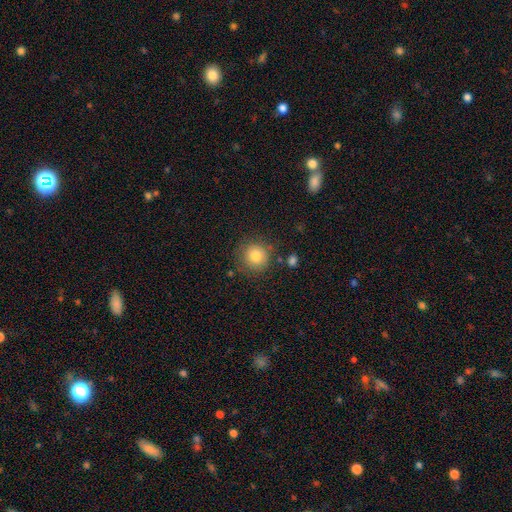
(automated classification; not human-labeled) Q: Smooth or featured?
A: smooth (82%); runner-up: star or artifact (10%)
Q: How rounded?
A: round (93%); runner-up: in between (7%)
Q: Merging?
A: none (82%); runner-up: minor disturbance (11%)